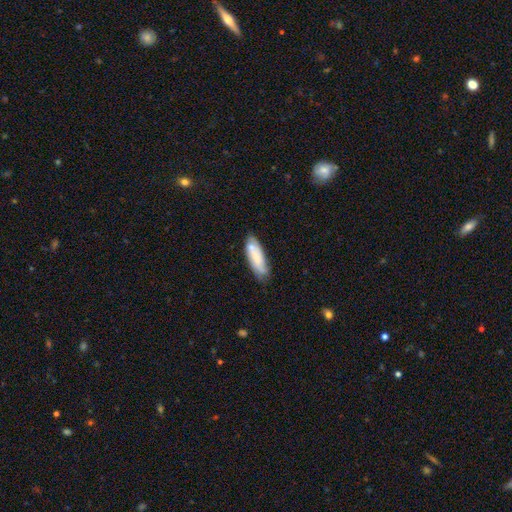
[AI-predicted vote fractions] A smooth galaxy with no disk features (71%) that is in between round and cigar-shaped (55%).

Vote fractions:
- Smooth or featured? smooth: 71% / featured or disk: 22% / star or artifact: 7%
- How rounded? in between: 55% / cigar-shaped: 43% / round: 2%
- Merging? none: 62% / minor disturbance: 27% / major disturbance: 6% / merger: 5%